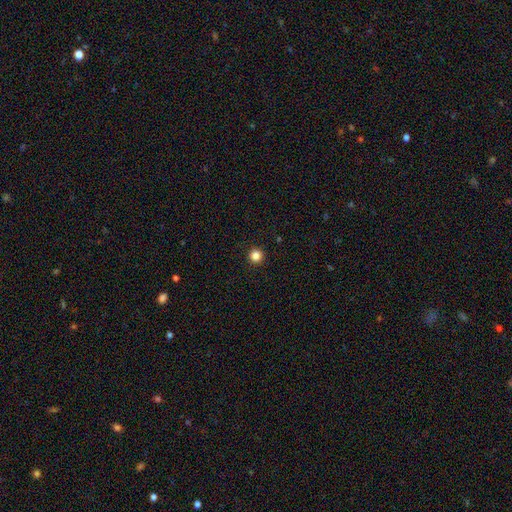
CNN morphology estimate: Overall: smooth (84%). How rounded: round (96%). Merging: none (94%).